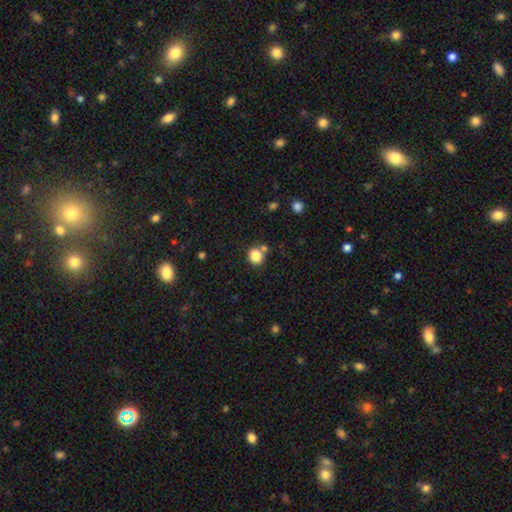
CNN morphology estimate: Smooth or featured?
  - smooth: 84% *
  - star or artifact: 11%
  - featured or disk: 6%
How rounded?
  - round: 71% *
  - in between: 28%
  - cigar-shaped: 1%
Merging?
  - none: 65% *
  - merger: 20%
  - minor disturbance: 11%
  - major disturbance: 4%